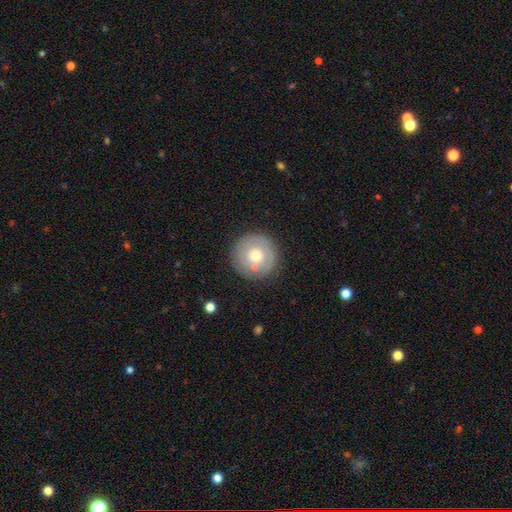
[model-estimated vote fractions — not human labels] smooth-or-featured: smooth: 57% | featured or disk: 36% | star or artifact: 7%
  how-rounded: round: 95% | in between: 4% | cigar-shaped: 1%
  merging: none: 81% | minor disturbance: 11% | merger: 4% | major disturbance: 4%